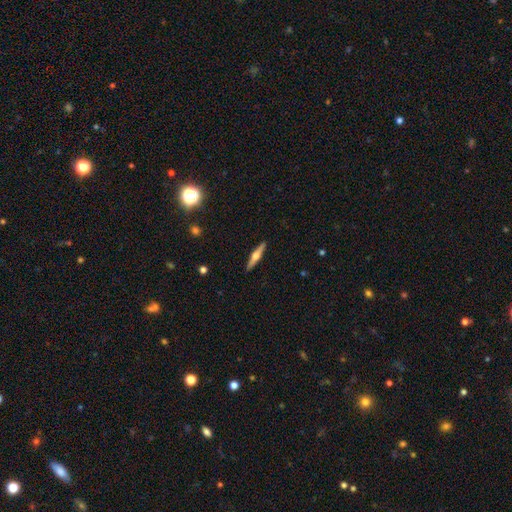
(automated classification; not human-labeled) A featured or disk galaxy (72%) viewed edge-on (98%) with a rounded central bulge (95%).

Vote fractions:
- Smooth or featured? featured or disk: 72% / smooth: 22% / star or artifact: 6%
- Edge-on disk? yes: 98% / no: 2%
- Edge-on bulge? rounded: 95% / boxy: 3% / none: 2%
- Merging? none: 92% / minor disturbance: 6% / major disturbance: 1% / merger: 1%